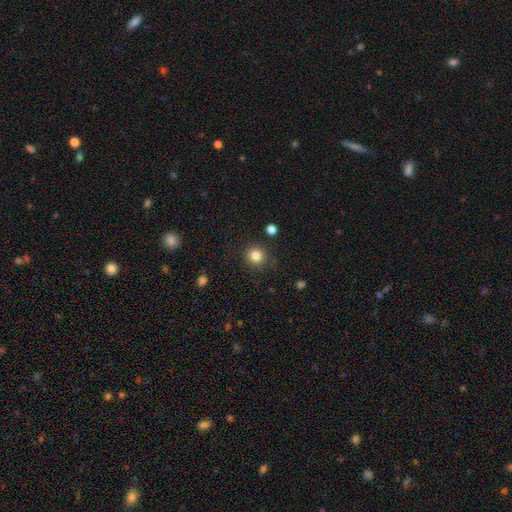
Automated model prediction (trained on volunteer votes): Overall: smooth (82%). How rounded: round (93%). Merging: none (88%).